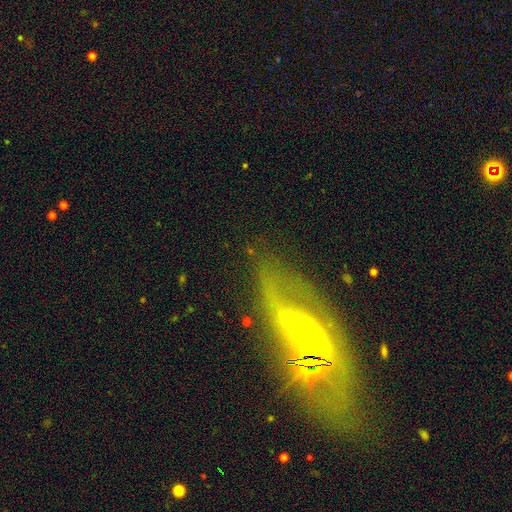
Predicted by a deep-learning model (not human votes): Smooth or featured? featured or disk (70%)
Edge-on disk? no (86%)
Bar? no (45%)
Spiral arms? yes (78%)
Bulge size? moderate (46%, tied with small)
Merging? none (58%)